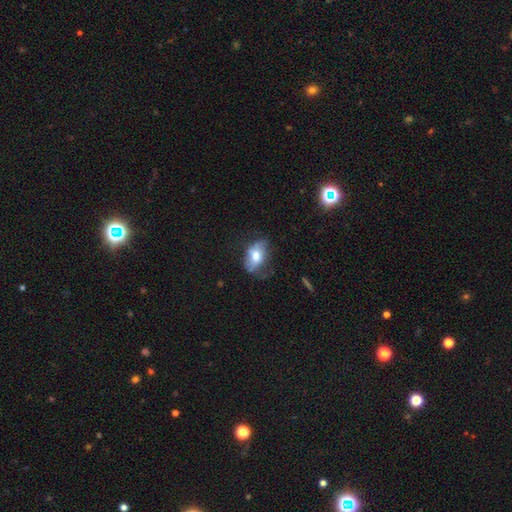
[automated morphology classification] Smooth or featured? smooth (57%)
How rounded? in between (85%)
Merging? none (43%)